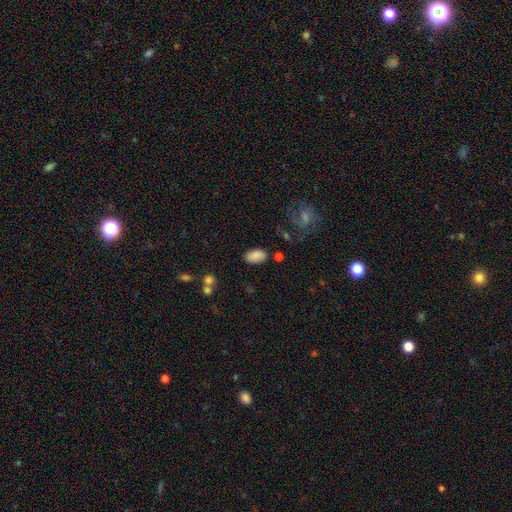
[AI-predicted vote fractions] Q: Smooth or featured?
A: smooth (84%); runner-up: star or artifact (8%)
Q: How rounded?
A: in between (93%); runner-up: round (6%)
Q: Merging?
A: none (80%); runner-up: minor disturbance (13%)